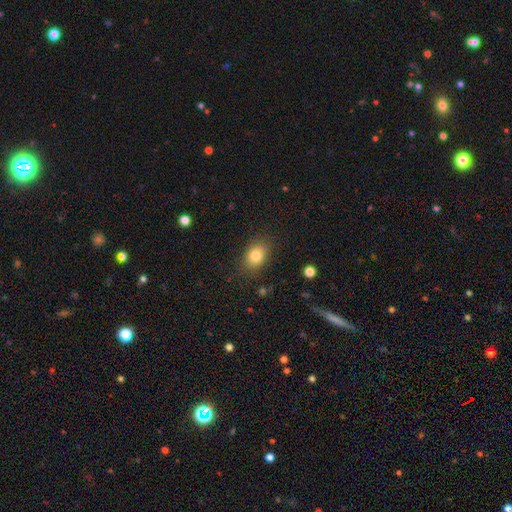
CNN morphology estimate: Overall: smooth (82%). How rounded: in between (70%). Merging: none (84%).